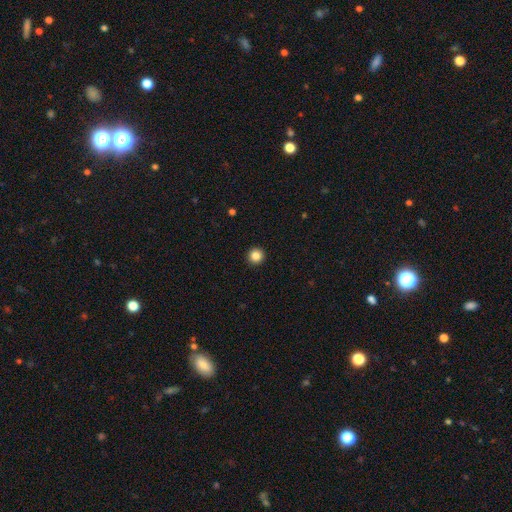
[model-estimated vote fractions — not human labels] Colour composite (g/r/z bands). It shows a smooth galaxy with no disk features (85%) that is round (96%). Merging: none (94%).